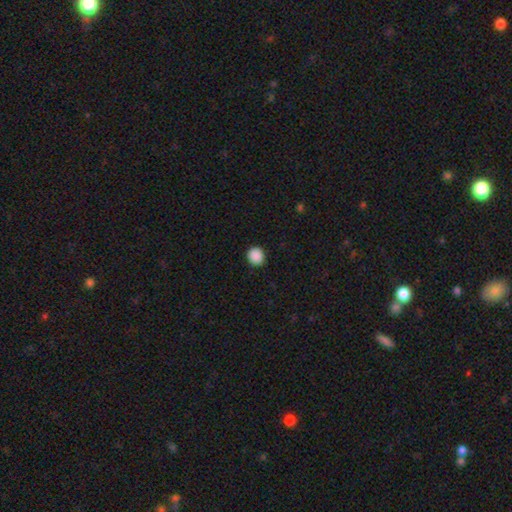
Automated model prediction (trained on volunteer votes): Q: Smooth or featured?
A: smooth (89%); runner-up: star or artifact (9%)
Q: How rounded?
A: round (86%); runner-up: in between (13%)
Q: Merging?
A: none (92%); runner-up: minor disturbance (6%)